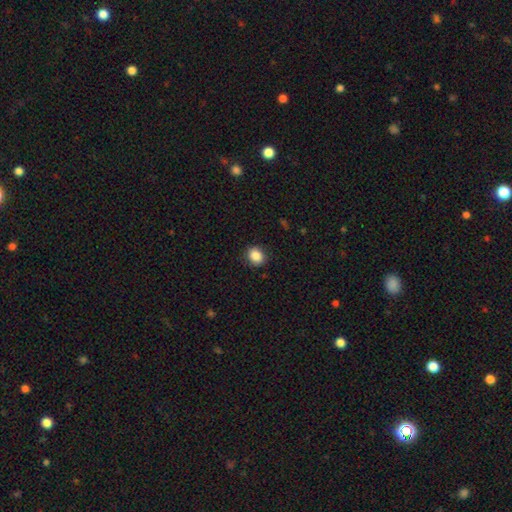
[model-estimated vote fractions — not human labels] Smooth or featured? smooth (87%)
How rounded? round (65%)
Merging? none (88%)